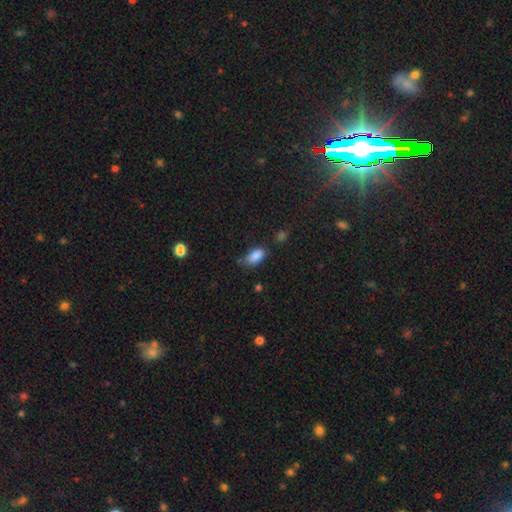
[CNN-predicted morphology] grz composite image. It shows a smooth galaxy with no disk features (86%) that is in between round and cigar-shaped (91%). Merging: none (65%).